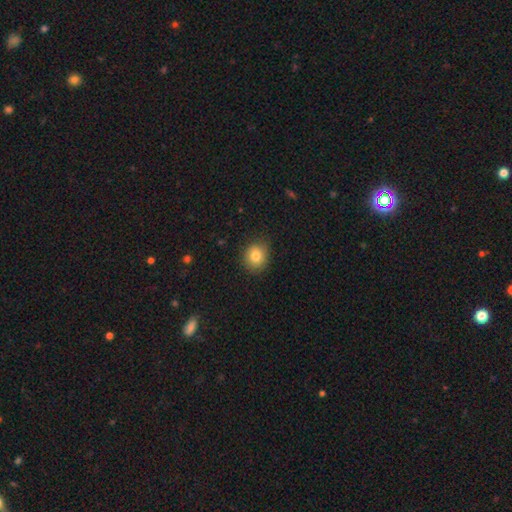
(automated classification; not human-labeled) Smooth or featured? smooth (82%)
How rounded? round (77%)
Merging? none (82%)